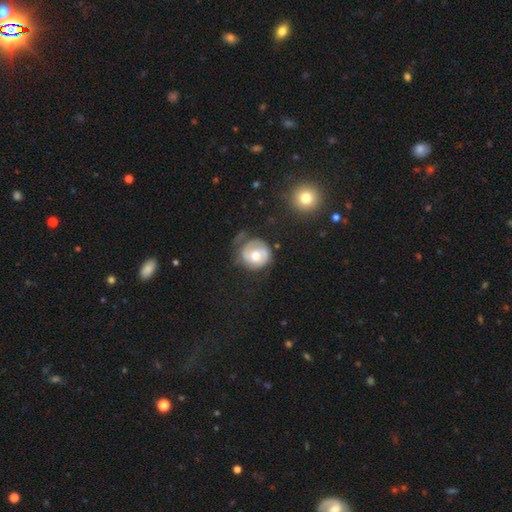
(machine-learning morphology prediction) Q: Smooth or featured?
A: featured or disk (60%); runner-up: smooth (33%)
Q: Edge-on disk?
A: no (97%); runner-up: yes (3%)
Q: Bar?
A: no (69%); runner-up: weak (25%)
Q: Spiral arms?
A: yes (77%); runner-up: no (23%)
Q: Bulge size?
A: moderate (73%); runner-up: large (15%)
Q: Merging?
A: none (52%); runner-up: minor disturbance (27%)